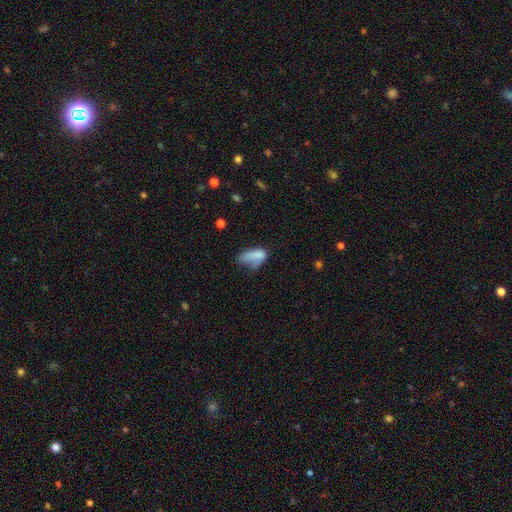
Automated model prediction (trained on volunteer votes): Q: Smooth or featured?
A: smooth (73%); runner-up: featured or disk (17%)
Q: How rounded?
A: in between (84%); runner-up: cigar-shaped (12%)
Q: Merging?
A: major disturbance (34%); runner-up: minor disturbance (30%)